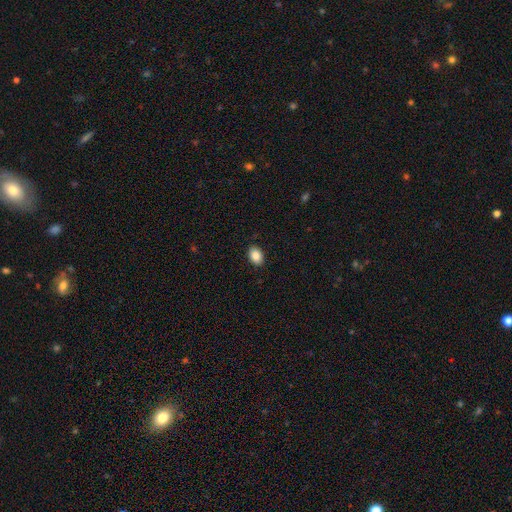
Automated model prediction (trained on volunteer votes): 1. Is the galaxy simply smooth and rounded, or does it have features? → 88% smooth, 8% star or artifact, 4% featured or disk.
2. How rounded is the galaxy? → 79% in between, 20% round, 1% cigar-shaped.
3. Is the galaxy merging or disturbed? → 89% none, 8% minor disturbance, 2% major disturbance, 1% merger.